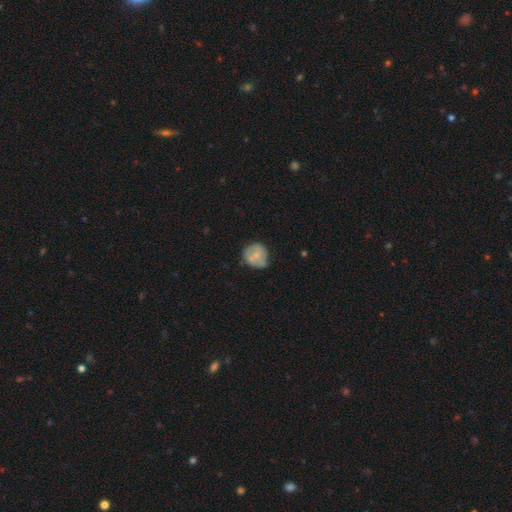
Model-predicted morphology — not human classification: Overall: smooth (54%; featured or disk 39%). How rounded: round (83%). Merging: none (55%; minor disturbance 32%).